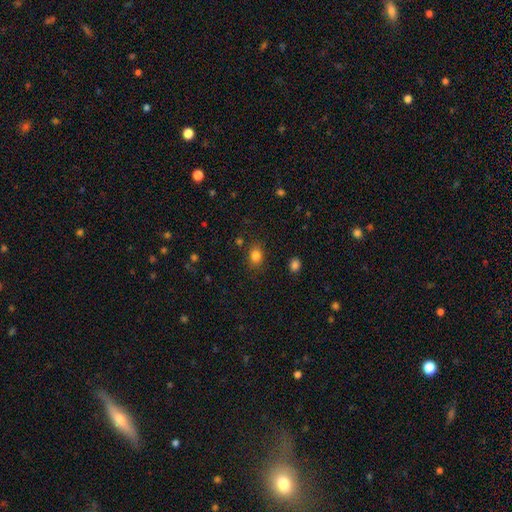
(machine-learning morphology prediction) A smooth galaxy with no disk features (82%) that is in between round and cigar-shaped (55%).

Vote fractions:
- Smooth or featured? smooth: 82% / star or artifact: 12% / featured or disk: 6%
- How rounded? in between: 55% / round: 43% / cigar-shaped: 1%
- Merging? none: 81% / minor disturbance: 13% / major disturbance: 4% / merger: 3%